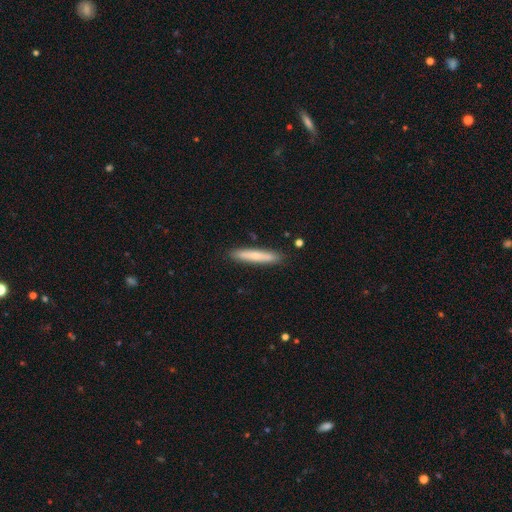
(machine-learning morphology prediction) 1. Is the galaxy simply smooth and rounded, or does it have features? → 69% smooth, 25% featured or disk, 6% star or artifact.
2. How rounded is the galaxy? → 93% cigar-shaped, 6% in between, 1% round.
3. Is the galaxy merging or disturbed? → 89% none, 8% minor disturbance, 2% major disturbance, 2% merger.